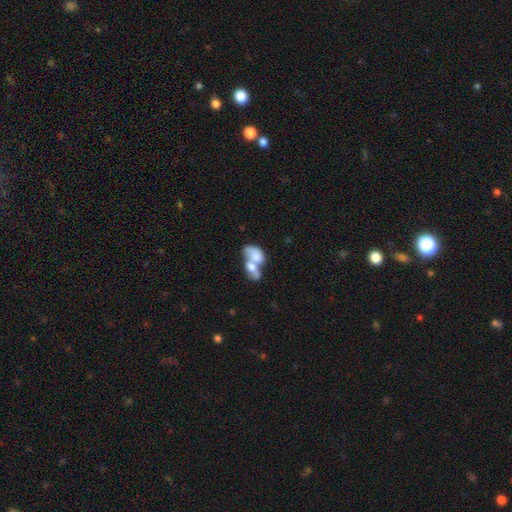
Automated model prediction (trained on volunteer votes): Overall: smooth (58%; featured or disk 34%). How rounded: in between (88%). Merging: merger (76%).